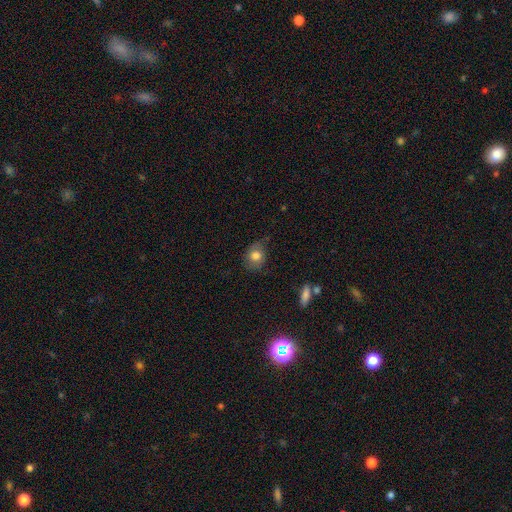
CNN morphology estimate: This is likely a smooth galaxy (76%). How rounded: possibly round (53%). Merging: likely none (66%).